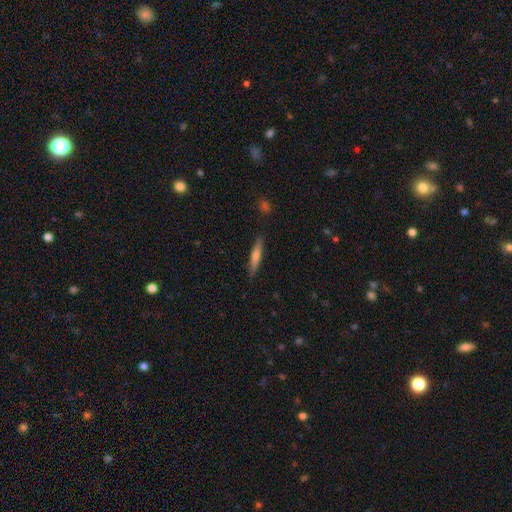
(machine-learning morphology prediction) smooth-or-featured: smooth: 53% | featured or disk: 41% | star or artifact: 7%
  how-rounded: cigar-shaped: 91% | in between: 7% | round: 2%
  merging: none: 88% | minor disturbance: 9% | major disturbance: 2% | merger: 1%